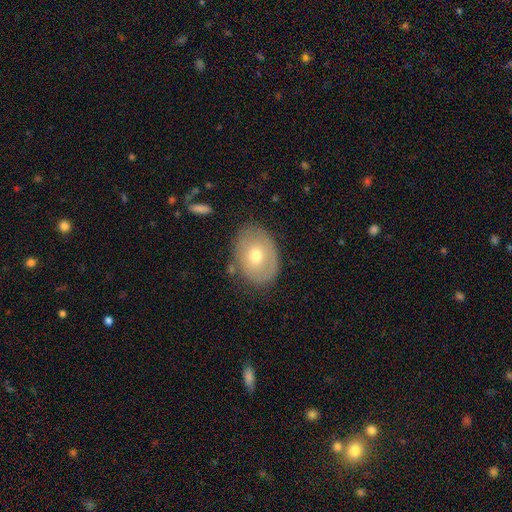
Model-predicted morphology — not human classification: A smooth galaxy with no disk features (54%) that is in between round and cigar-shaped (69%). Merging: none (77%).